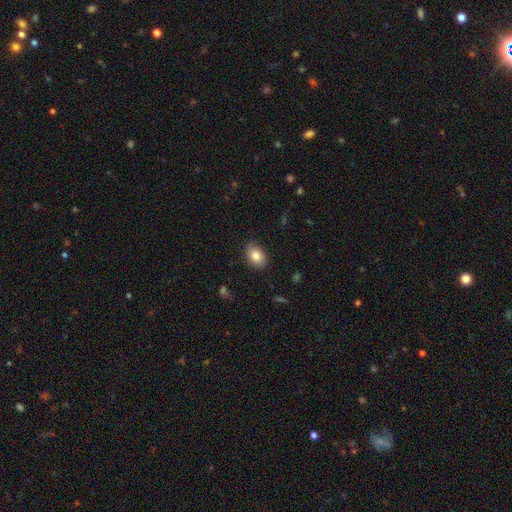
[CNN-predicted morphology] smooth-or-featured: smooth: 83% | featured or disk: 9% | star or artifact: 8%
  how-rounded: in between: 82% | round: 17% | cigar-shaped: 1%
  merging: none: 83% | minor disturbance: 13% | major disturbance: 3% | merger: 1%